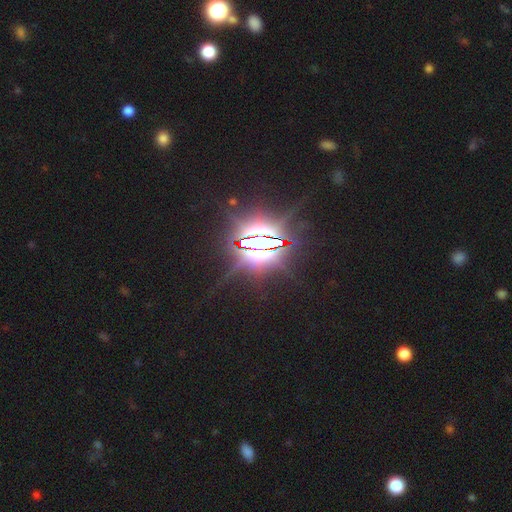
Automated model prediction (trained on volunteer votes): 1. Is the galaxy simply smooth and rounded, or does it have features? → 87% star or artifact, 7% smooth, 6% featured or disk.